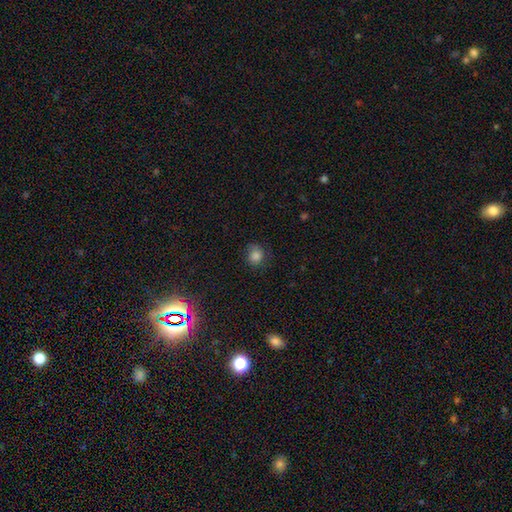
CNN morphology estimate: Smooth or featured? smooth (79%)
How rounded? round (76%)
Merging? none (69%)